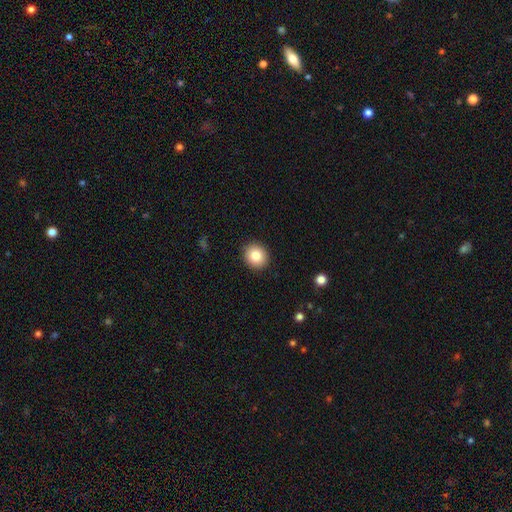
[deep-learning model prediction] smooth_or_featured: smooth (p=0.84) [alt: star or artifact p=0.09]
how_rounded: round (p=0.82) [alt: in between p=0.17]
merging: none (p=0.91) [alt: minor disturbance p=0.06]